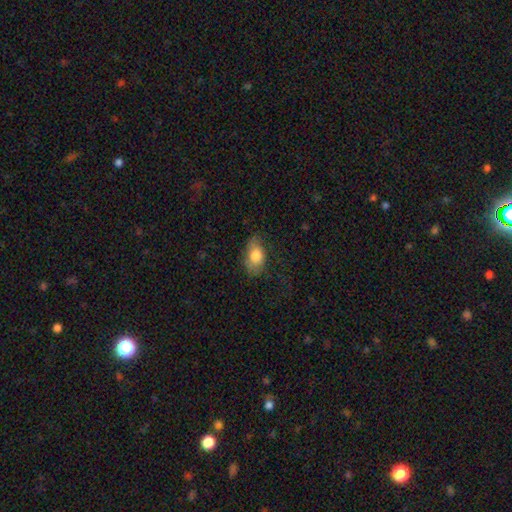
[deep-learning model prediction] This appears to be a smooth galaxy with no disk features (76%) that is in between round and cigar-shaped (89%). Merging: none (57%).